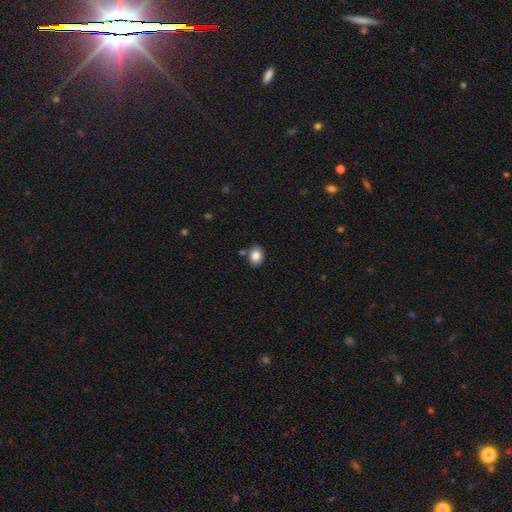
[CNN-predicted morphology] smooth_or_featured: smooth (p=0.84) [alt: star or artifact p=0.09]
how_rounded: in between (p=0.56) [alt: round p=0.43]
merging: none (p=0.81) [alt: minor disturbance p=0.10]